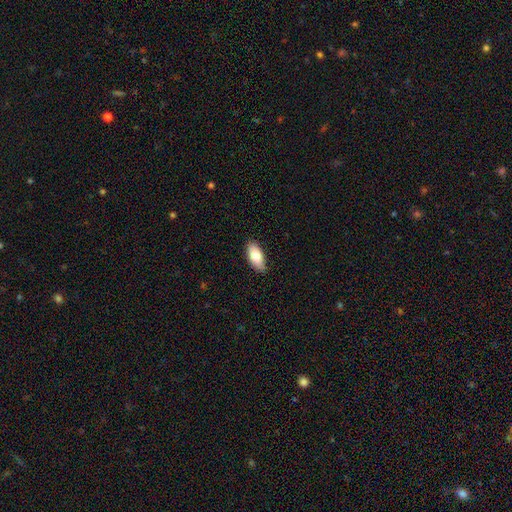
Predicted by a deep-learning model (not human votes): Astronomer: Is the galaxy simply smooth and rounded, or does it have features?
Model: smooth — 81%.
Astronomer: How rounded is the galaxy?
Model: in between — 88%.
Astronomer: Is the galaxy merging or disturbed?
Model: none — 83%.